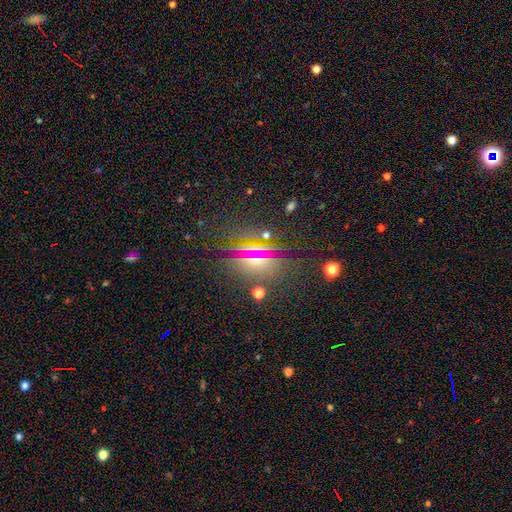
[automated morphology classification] The model was most divided on "smooth or featured": star or artifact: 53%, smooth: 31%, featured or disk: 16%.